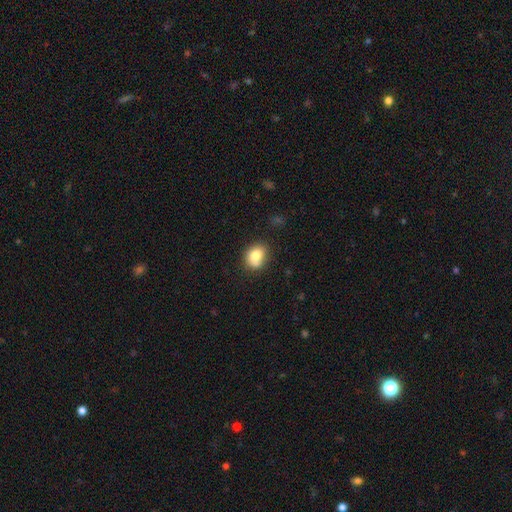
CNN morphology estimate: type=smooth (78%); roundness=round (55%); merging=none (59%).